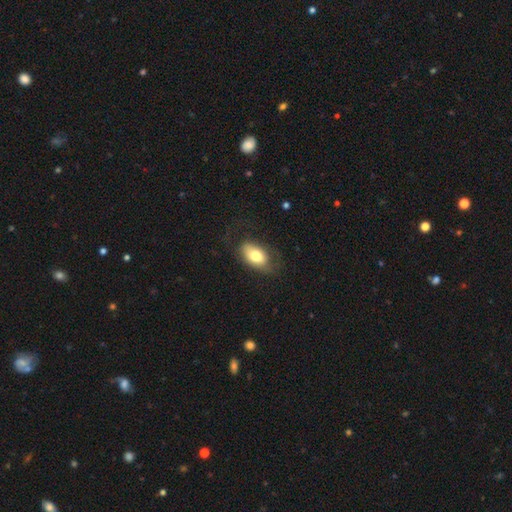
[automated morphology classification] type=smooth (73%); roundness=in between (91%); merging=none (65%).